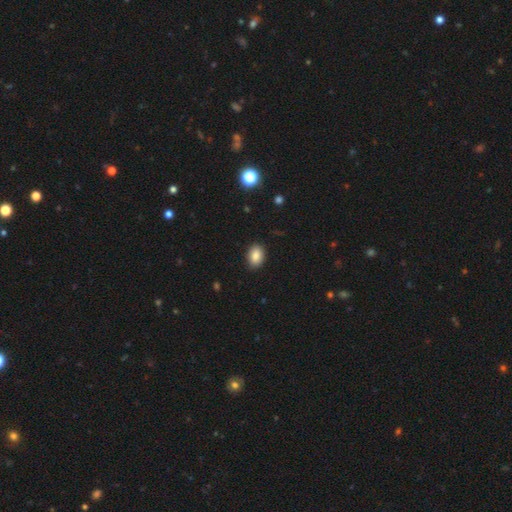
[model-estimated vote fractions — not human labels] This is clearly a smooth galaxy (86%). How rounded: clearly in between (82%). Merging: clearly none (89%).